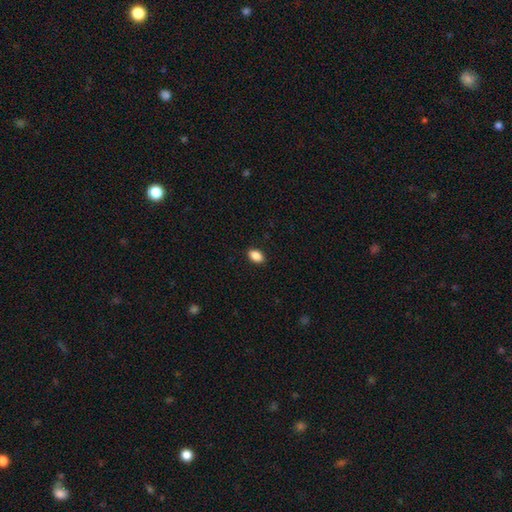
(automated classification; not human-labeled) Smooth or featured? smooth (88%)
How rounded? in between (89%)
Merging? none (89%)